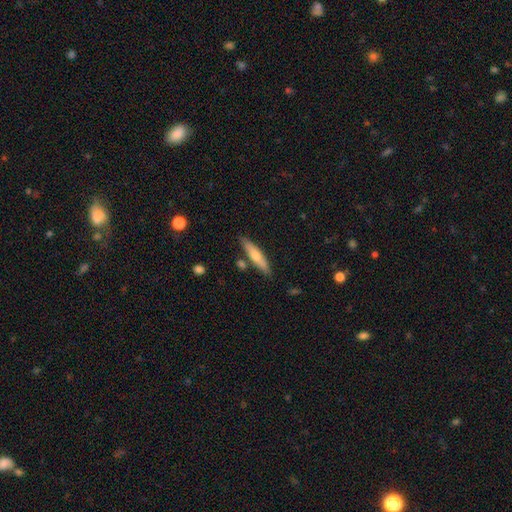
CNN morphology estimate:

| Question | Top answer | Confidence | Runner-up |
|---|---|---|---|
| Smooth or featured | smooth | 63% | featured or disk (31%) |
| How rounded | cigar-shaped | 83% | in between (15%) |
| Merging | none | 80% | minor disturbance (12%) |